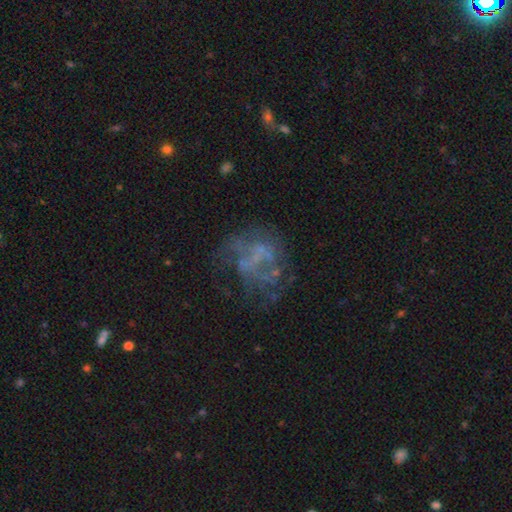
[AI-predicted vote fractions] Smooth or featured? Predicted: featured or disk (p=0.54). Edge-on disk? Predicted: no (p=0.97). Bar? Predicted: no (p=0.85). Spiral arms? Predicted: no (p=0.82). Bulge size? Predicted: none (p=0.76). Merging? Predicted: none (p=0.48).